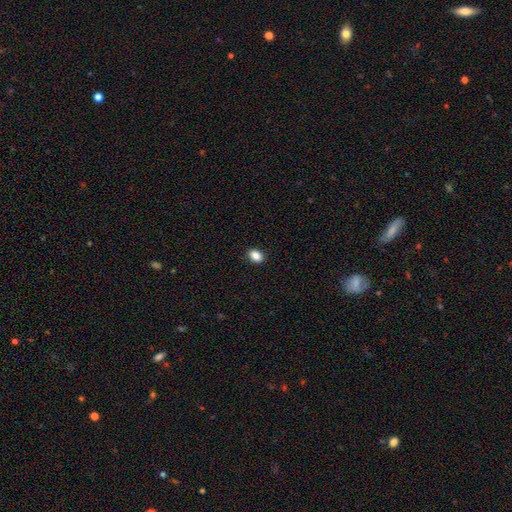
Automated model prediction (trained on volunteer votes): This appears to be a smooth galaxy with no disk features (88%) that is in between round and cigar-shaped (80%). Merging: none (89%).